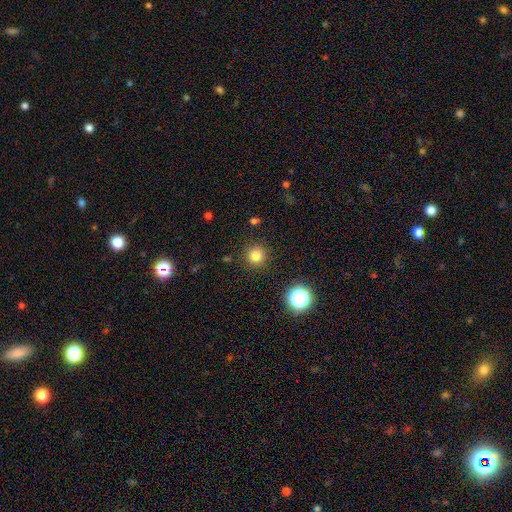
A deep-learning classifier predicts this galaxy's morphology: smooth 80%, star or artifact 14%, featured or disk 6%. Down the decision tree: how rounded — round (95%); merging — none (90%).